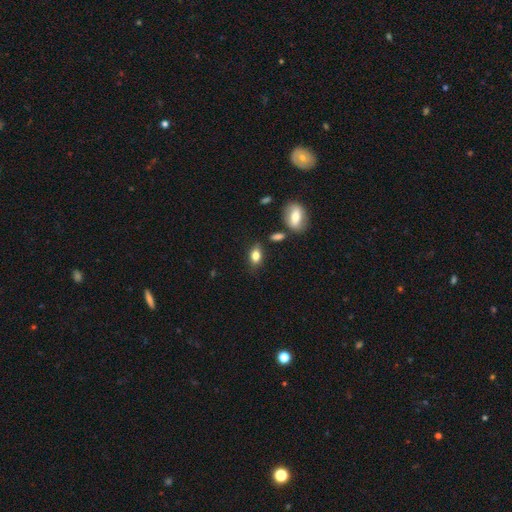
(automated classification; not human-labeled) smooth-or-featured: smooth: 79% | featured or disk: 12% | star or artifact: 9%
  how-rounded: in between: 83% | round: 12% | cigar-shaped: 5%
  merging: none: 76% | minor disturbance: 15% | merger: 5% | major disturbance: 4%